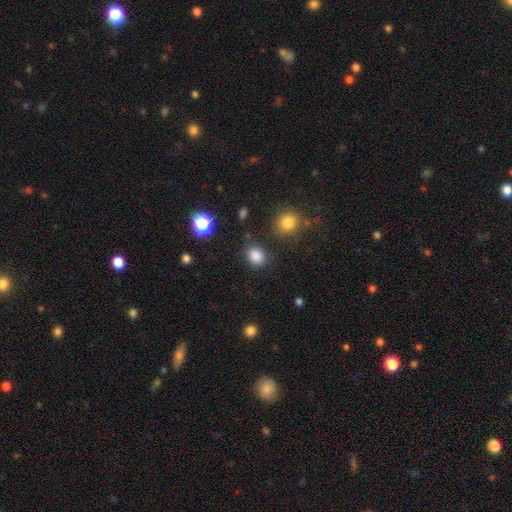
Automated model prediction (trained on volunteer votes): smooth-or-featured: smooth: 84% | star or artifact: 12% | featured or disk: 4%
  how-rounded: round: 55% | in between: 44% | cigar-shaped: 1%
  merging: none: 82% | minor disturbance: 11% | major disturbance: 4% | merger: 3%